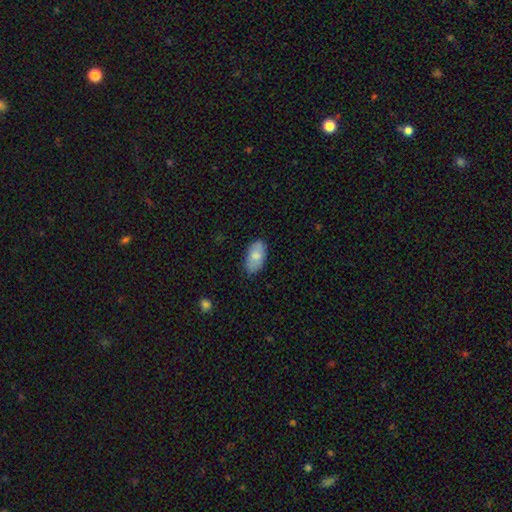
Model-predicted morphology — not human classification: A smooth galaxy with no disk features (78%) that is in between round and cigar-shaped (94%). Merging: none (76%).